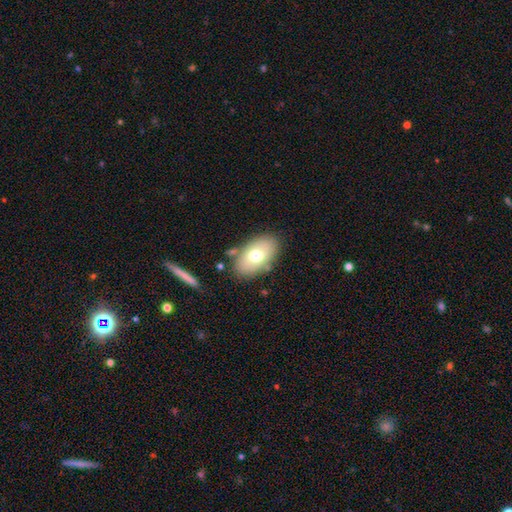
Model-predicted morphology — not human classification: Q: Smooth or featured?
A: smooth (70%); runner-up: featured or disk (23%)
Q: How rounded?
A: in between (92%); runner-up: round (7%)
Q: Merging?
A: none (80%); runner-up: minor disturbance (12%)